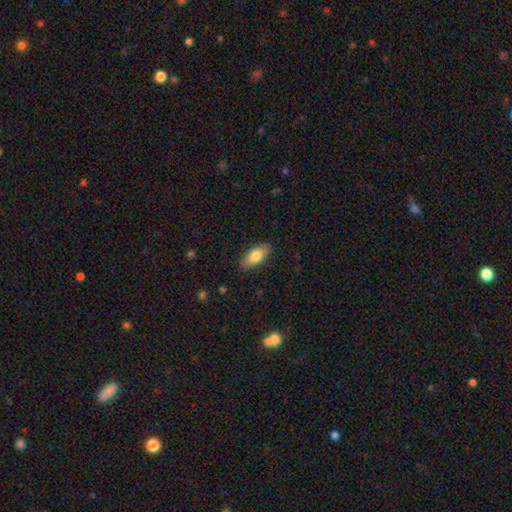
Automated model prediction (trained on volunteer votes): Overall: smooth (78%). How rounded: in between (84%). Merging: none (88%).